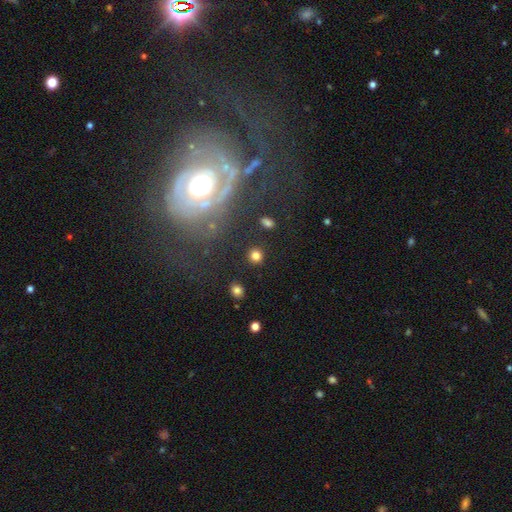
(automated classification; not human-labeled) Smooth or featured? Predicted: smooth (p=0.79). How rounded? Predicted: round (p=0.89). Merging? Predicted: none (p=0.88).